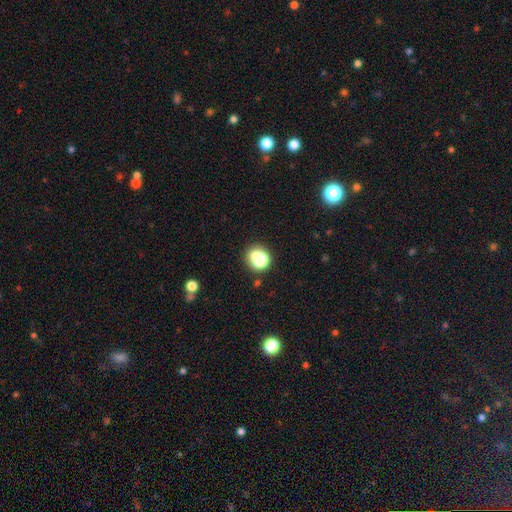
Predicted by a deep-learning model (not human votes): smooth 72%, star or artifact 16%, featured or disk 12%. Down the decision tree: how rounded — round (76%); merging — none (60%).